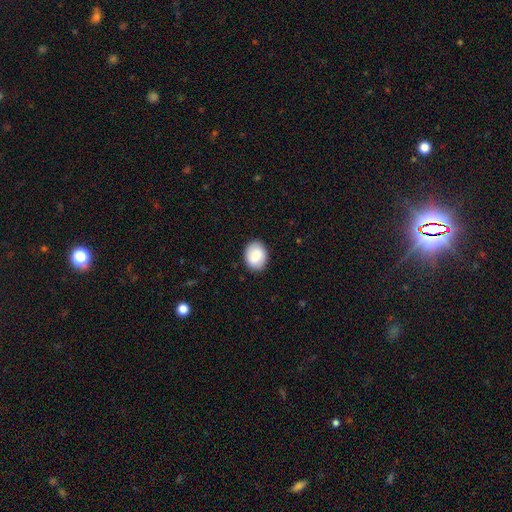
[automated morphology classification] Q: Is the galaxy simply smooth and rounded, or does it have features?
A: smooth — 81%.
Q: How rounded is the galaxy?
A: in between — 61%.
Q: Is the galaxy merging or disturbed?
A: none — 87%.